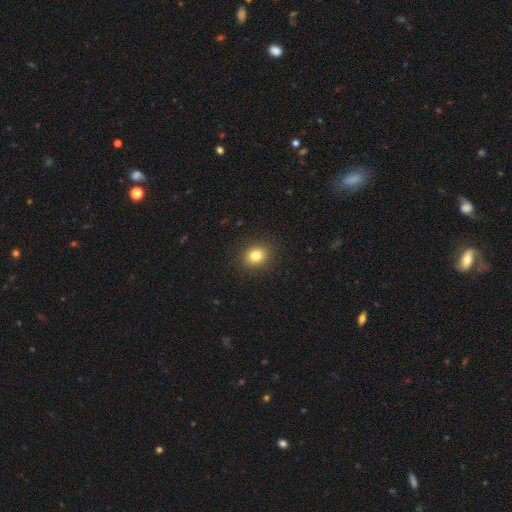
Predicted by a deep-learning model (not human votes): Smooth or featured? smooth (81%)
How rounded? round (70%)
Merging? none (90%)